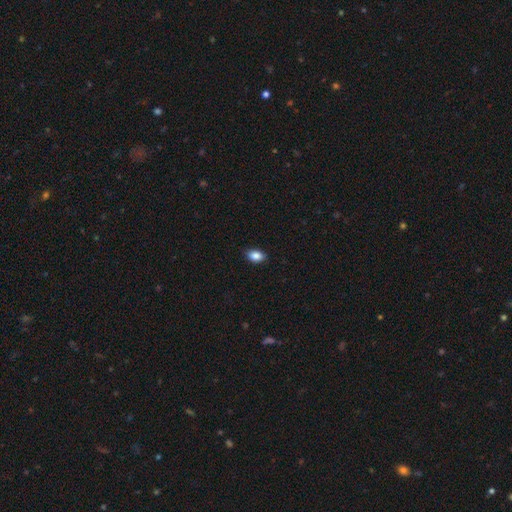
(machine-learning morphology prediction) A smooth galaxy with no disk features (87%) that is in between round and cigar-shaped (85%). Merging: none (86%).